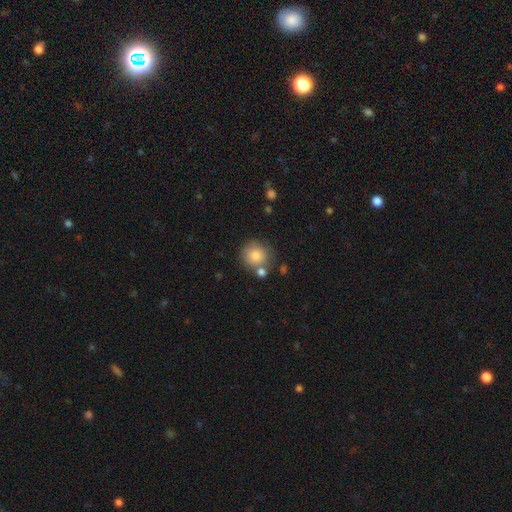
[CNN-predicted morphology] The model was most divided on "merging": none: 69%, merger: 14%, minor disturbance: 12%, major disturbance: 4%. More confident: how rounded — round (91%); smooth or featured — smooth (83%).